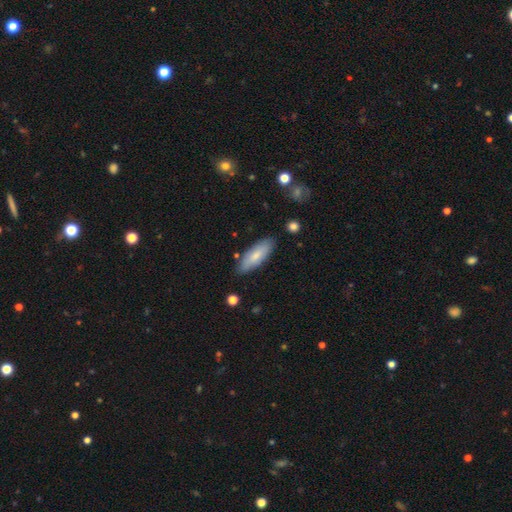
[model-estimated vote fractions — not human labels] Smooth or featured? Predicted: smooth (p=0.74). How rounded? Predicted: in between (p=0.63). Merging? Predicted: none (p=0.82).